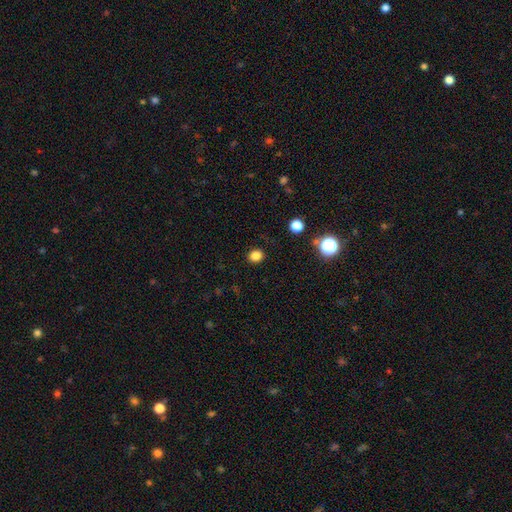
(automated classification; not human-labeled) A smooth galaxy with no disk features (83%) that is round (72%).

Vote fractions:
- Smooth or featured? smooth: 83% / star or artifact: 14% / featured or disk: 4%
- How rounded? round: 72% / in between: 28% / cigar-shaped: 1%
- Merging? none: 90% / minor disturbance: 7% / major disturbance: 2% / merger: 1%